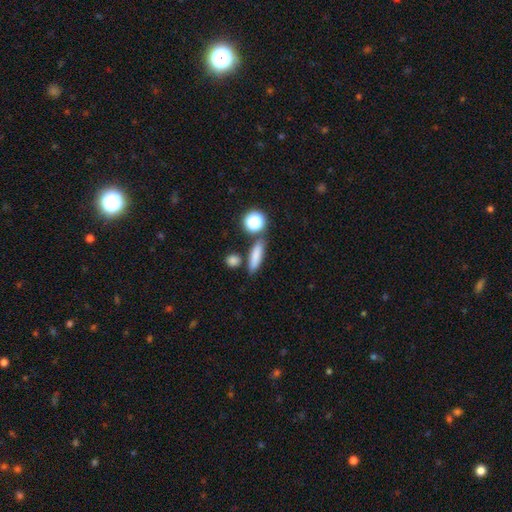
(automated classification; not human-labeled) smooth_or_featured: smooth (p=0.80) [alt: star or artifact p=0.10]
how_rounded: cigar-shaped (p=0.55) [alt: in between p=0.33]
merging: none (p=0.77) [alt: minor disturbance p=0.11]